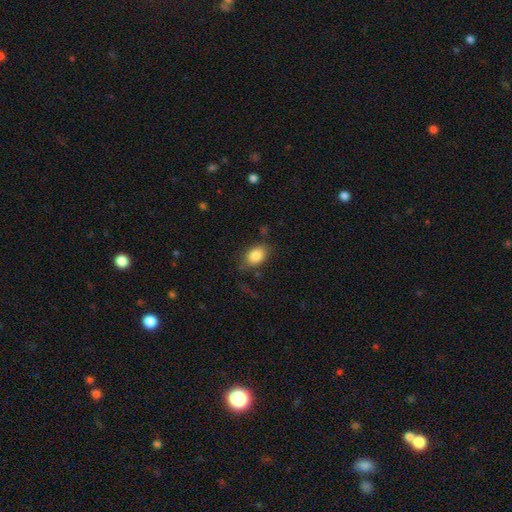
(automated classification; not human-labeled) Q: Smooth or featured?
A: smooth (84%); runner-up: star or artifact (8%)
Q: How rounded?
A: in between (75%); runner-up: round (24%)
Q: Merging?
A: none (75%); runner-up: minor disturbance (17%)